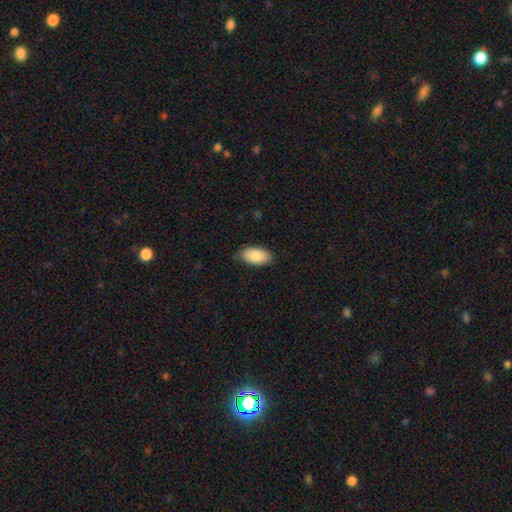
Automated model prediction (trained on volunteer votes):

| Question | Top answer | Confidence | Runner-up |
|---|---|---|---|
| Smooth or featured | smooth | 87% | featured or disk (7%) |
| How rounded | in between | 95% | cigar-shaped (2%) |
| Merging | none | 82% | minor disturbance (14%) |